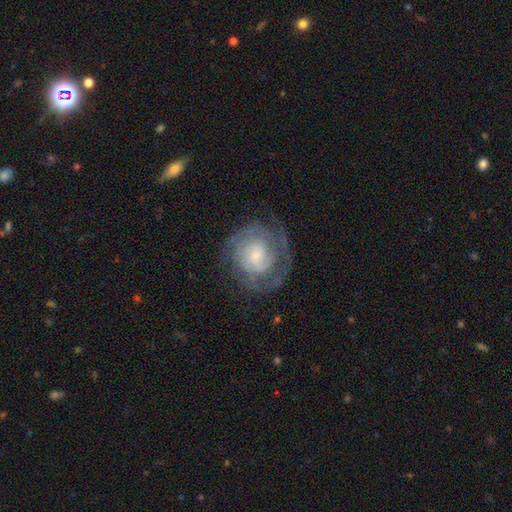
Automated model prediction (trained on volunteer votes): A featured or disk galaxy (79%) with no bar (70%), tight (67%) spiral arms (92%) and a small central bulge (68%). Merging: none (72%).